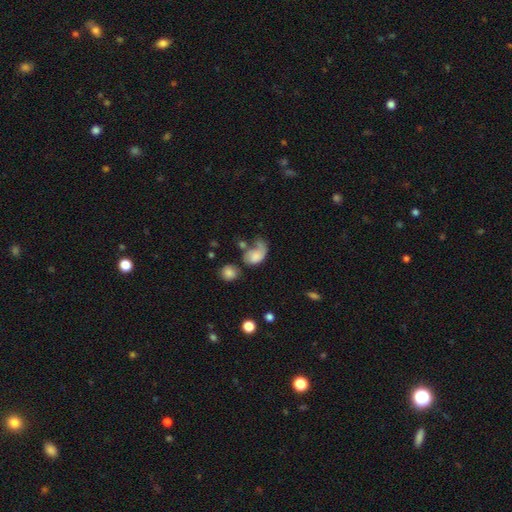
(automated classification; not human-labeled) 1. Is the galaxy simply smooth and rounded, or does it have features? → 62% smooth, 28% featured or disk, 10% star or artifact.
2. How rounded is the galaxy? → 74% in between, 25% round, 2% cigar-shaped.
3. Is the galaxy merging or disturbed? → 44% major disturbance, 20% none, 18% merger, 18% minor disturbance.